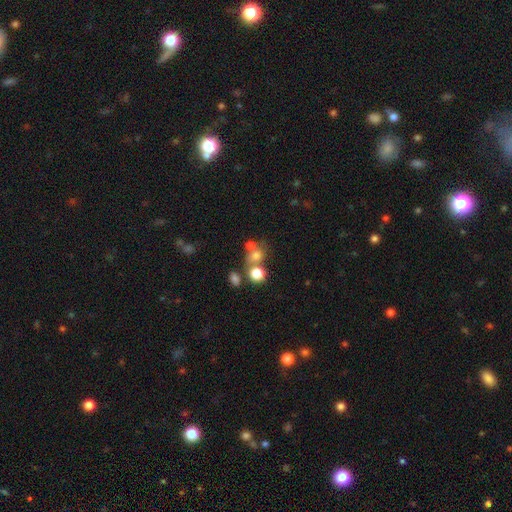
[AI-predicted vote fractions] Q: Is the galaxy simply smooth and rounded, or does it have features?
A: smooth — 69%.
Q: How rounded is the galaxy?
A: round — 69%.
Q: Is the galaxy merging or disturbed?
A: none — 42%.